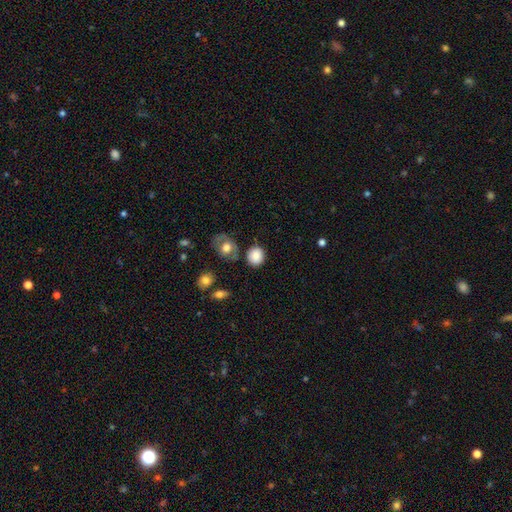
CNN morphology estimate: smooth_or_featured: smooth (p=0.84) [alt: star or artifact p=0.09]
how_rounded: round (p=0.79) [alt: in between p=0.20]
merging: none (p=0.76) [alt: minor disturbance p=0.14]